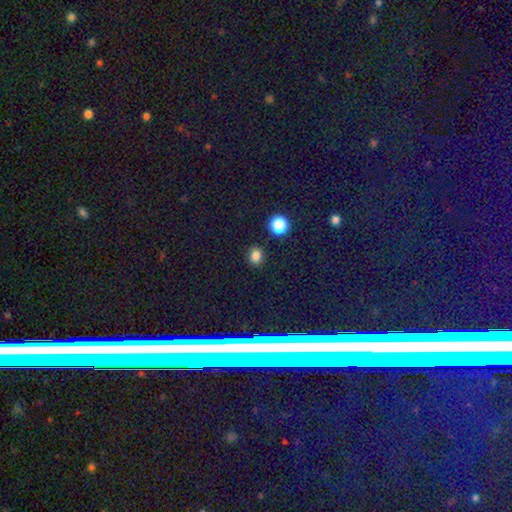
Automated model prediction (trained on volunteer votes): Overall: smooth (81%). How rounded: round (68%; in between 31%). Merging: none (85%).